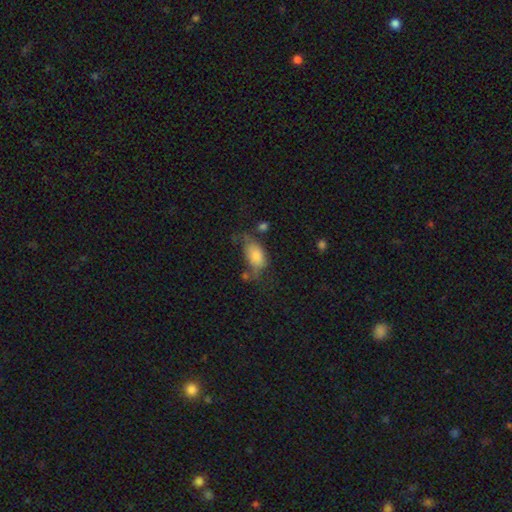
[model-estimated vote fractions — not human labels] Smooth or featured?
  - smooth: 77% *
  - featured or disk: 14%
  - star or artifact: 9%
How rounded?
  - in between: 90% *
  - round: 7%
  - cigar-shaped: 3%
Merging?
  - none: 38% *
  - minor disturbance: 32%
  - major disturbance: 20%
  - merger: 10%